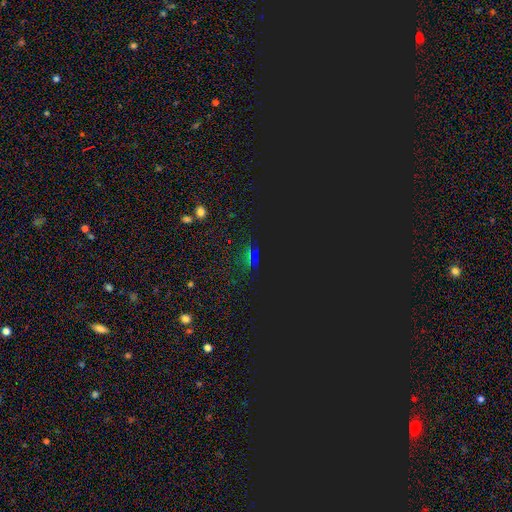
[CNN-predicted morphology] A star or artifact, not a galaxy (77%).